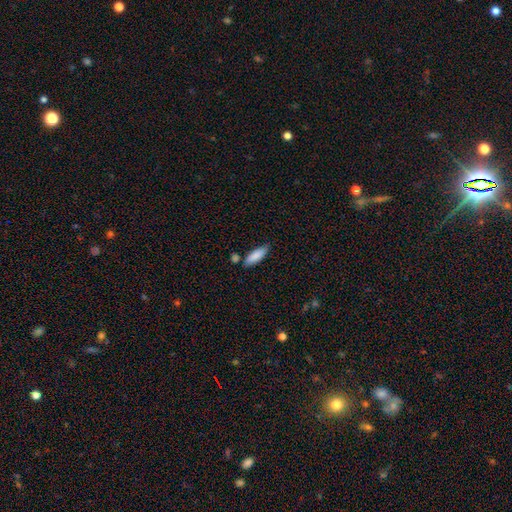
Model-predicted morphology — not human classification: Smooth or featured? smooth (86%)
How rounded? in between (52%)
Merging? none (71%)